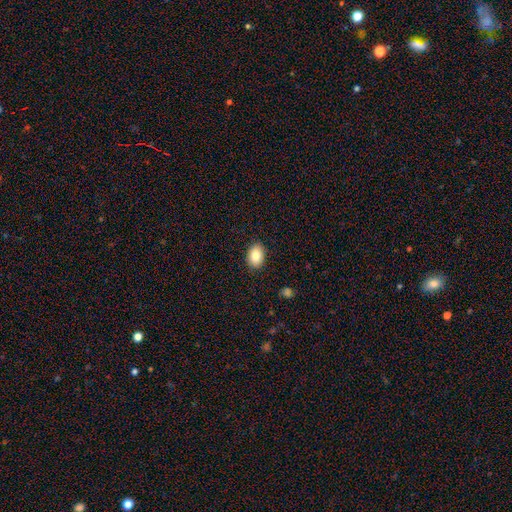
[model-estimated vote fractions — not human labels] Overall: smooth (84%). How rounded: in between (78%). Merging: none (89%).